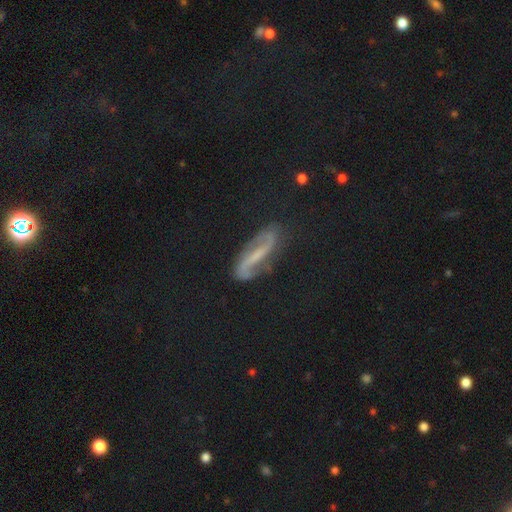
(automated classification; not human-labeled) Smooth or featured? featured or disk (67%)
Edge-on disk? no (80%)
Bar? strong (47%)
Spiral arms? yes (87%)
Bulge size? small (48%)
Merging? none (78%)